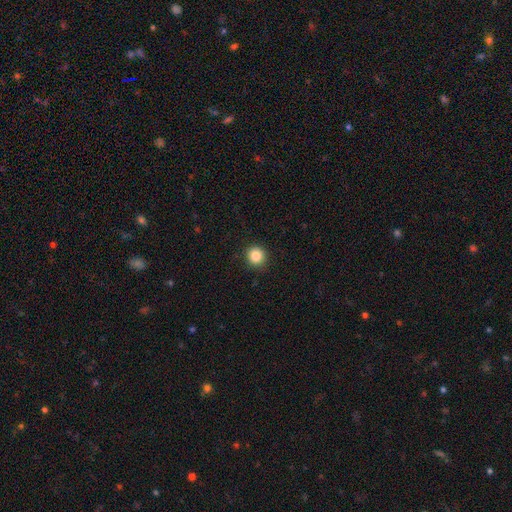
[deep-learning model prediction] Morphology: type=smooth (85%); roundness=round (92%); merging=none (91%).